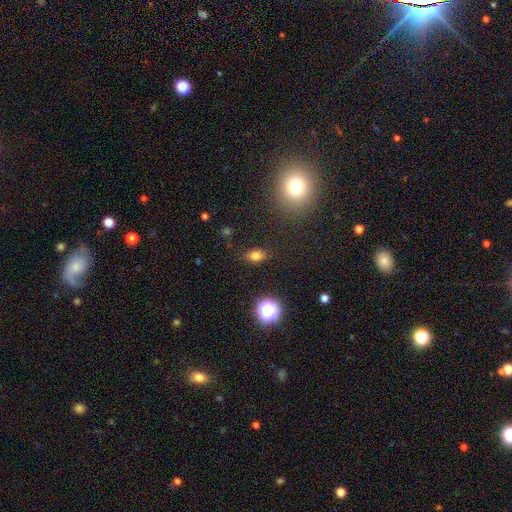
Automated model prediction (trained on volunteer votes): Q: Smooth or featured?
A: smooth (76%); runner-up: star or artifact (17%)
Q: How rounded?
A: in between (71%); runner-up: round (27%)
Q: Merging?
A: none (83%); runner-up: minor disturbance (12%)